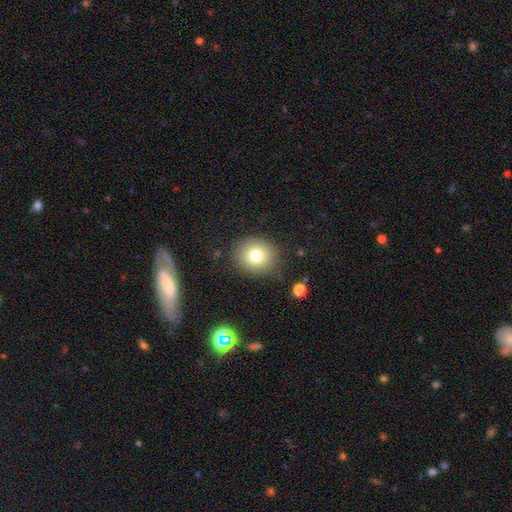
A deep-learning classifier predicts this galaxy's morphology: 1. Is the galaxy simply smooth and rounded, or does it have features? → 78% smooth, 11% star or artifact, 11% featured or disk.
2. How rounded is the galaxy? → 74% round, 25% in between, 1% cigar-shaped.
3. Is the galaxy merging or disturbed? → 82% none, 12% minor disturbance, 4% major disturbance, 2% merger.